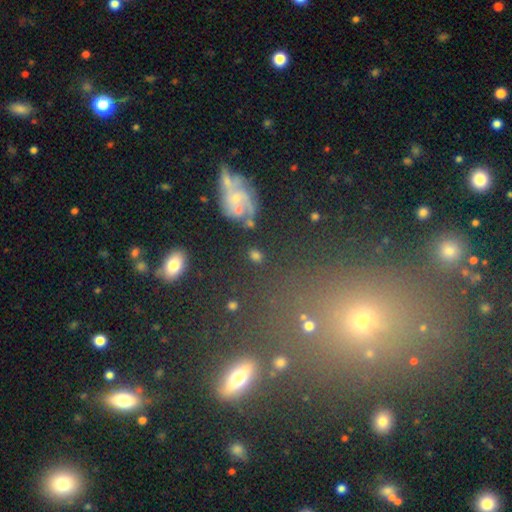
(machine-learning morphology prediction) This is likely a smooth galaxy (73%). How rounded: possibly in between (49%). Merging: likely none (75%).